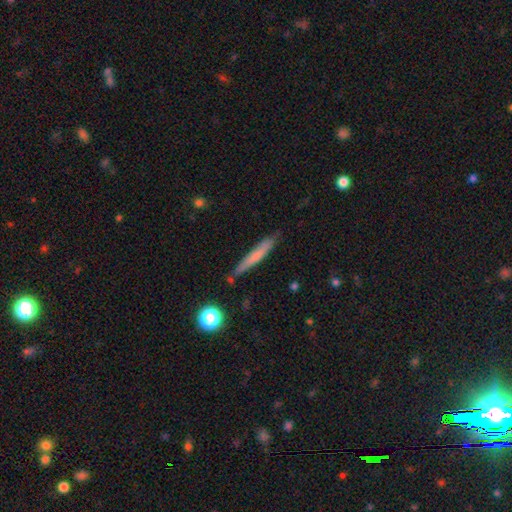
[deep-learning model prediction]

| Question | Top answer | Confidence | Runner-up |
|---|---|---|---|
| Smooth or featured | smooth | 61% | featured or disk (32%) |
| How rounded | cigar-shaped | 94% | in between (4%) |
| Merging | none | 80% | minor disturbance (14%) |